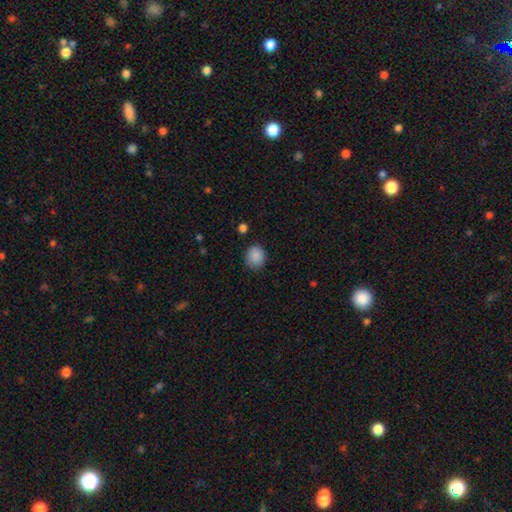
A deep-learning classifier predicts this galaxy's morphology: Smooth or featured? smooth (88%)
How rounded? round (81%)
Merging? none (87%)